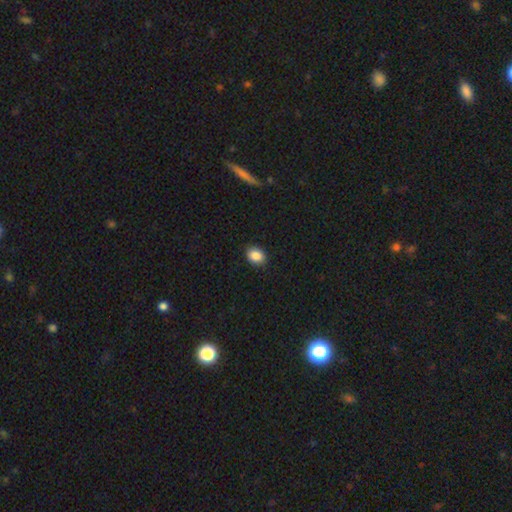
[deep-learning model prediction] Smooth or featured: smooth — 87% (star or artifact — 9%)
How rounded: in between — 63% (round — 36%)
Merging: none — 89% (minor disturbance — 8%)